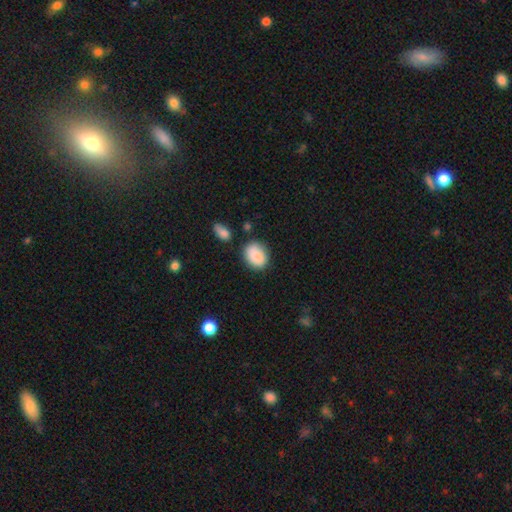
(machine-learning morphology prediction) A smooth galaxy with no disk features (87%) that is in between round and cigar-shaped (64%).

Vote fractions:
- Smooth or featured? smooth: 87% / star or artifact: 7% / featured or disk: 5%
- How rounded? in between: 64% / round: 35% / cigar-shaped: 1%
- Merging? none: 74% / minor disturbance: 16% / merger: 6% / major disturbance: 4%